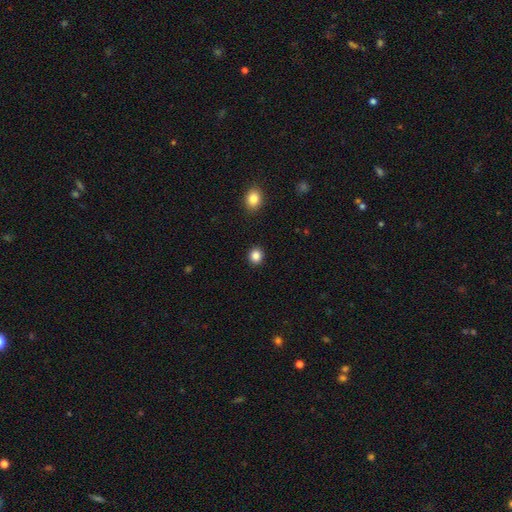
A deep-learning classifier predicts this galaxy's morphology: Smooth or featured: smooth — 86% (star or artifact — 11%)
How rounded: round — 82% (in between — 17%)
Merging: none — 91% (minor disturbance — 5%)